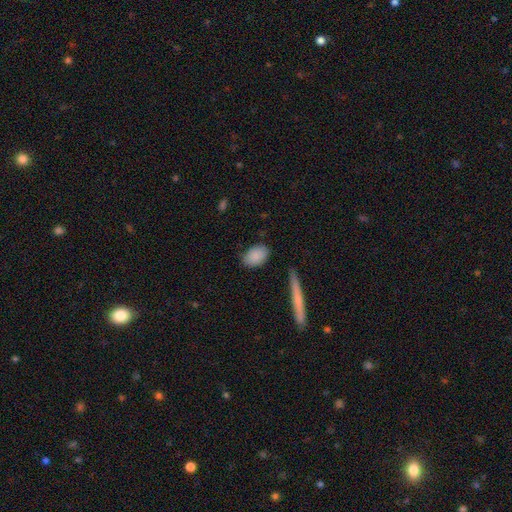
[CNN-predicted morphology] Smooth or featured? smooth (88%)
How rounded? in between (89%)
Merging? none (83%)